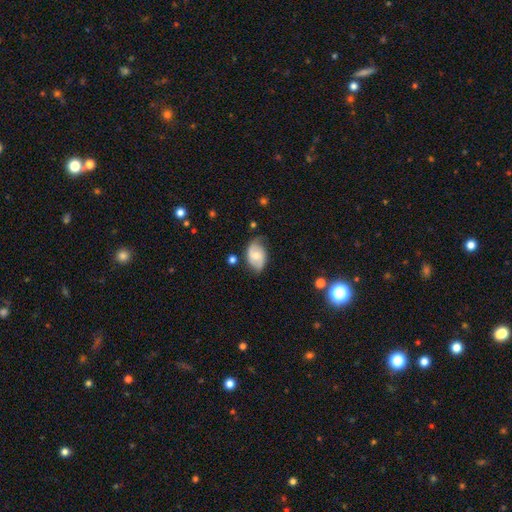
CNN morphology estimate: featured or disk 53%, smooth 39%, star or artifact 7%. Down the decision tree: edge-on disk — no (96%); bar — no (54%); spiral arms — yes (84%); bulge size — moderate (47%); merging — none (60%).